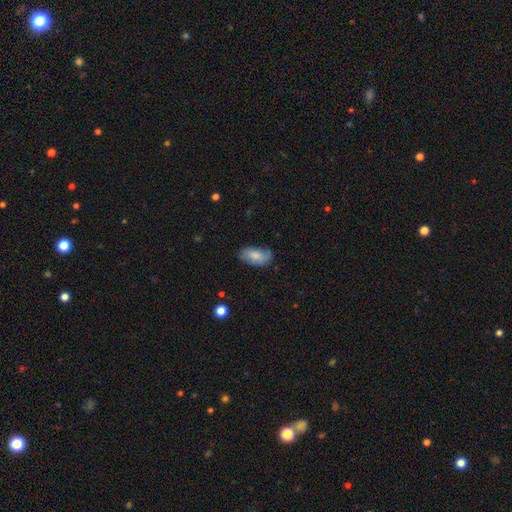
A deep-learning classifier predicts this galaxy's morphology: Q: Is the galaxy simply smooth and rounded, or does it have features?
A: smooth — 75%.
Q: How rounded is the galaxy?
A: in between — 93%.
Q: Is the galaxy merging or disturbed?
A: none — 71%.